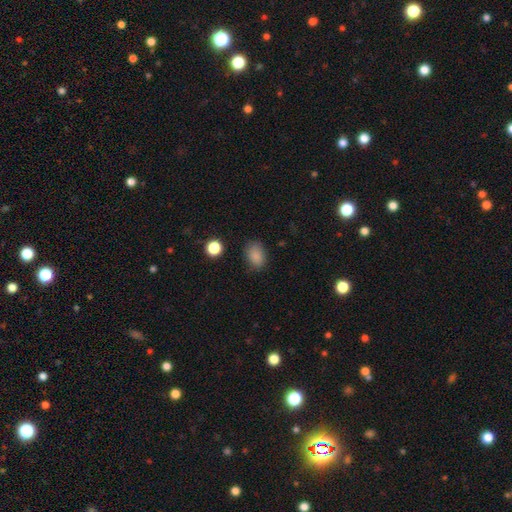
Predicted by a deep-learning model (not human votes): A smooth galaxy with no disk features (85%) that is in between round and cigar-shaped (76%). Merging: none (81%).